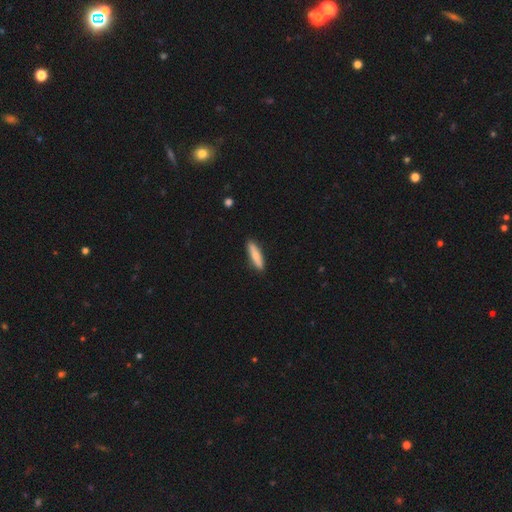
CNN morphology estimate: Q: Smooth or featured?
A: smooth (72%); runner-up: featured or disk (22%)
Q: How rounded?
A: cigar-shaped (80%); runner-up: in between (18%)
Q: Merging?
A: none (89%); runner-up: minor disturbance (8%)